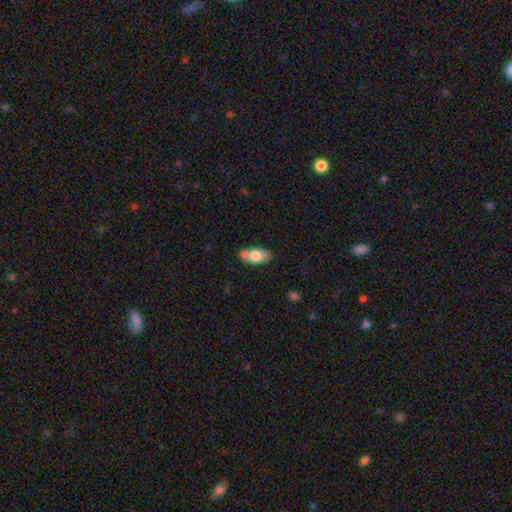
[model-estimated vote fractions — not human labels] The model was most divided on "merging": none: 63%, minor disturbance: 19%, merger: 14%, major disturbance: 4%. More confident: how rounded — in between (89%); smooth or featured — smooth (71%).